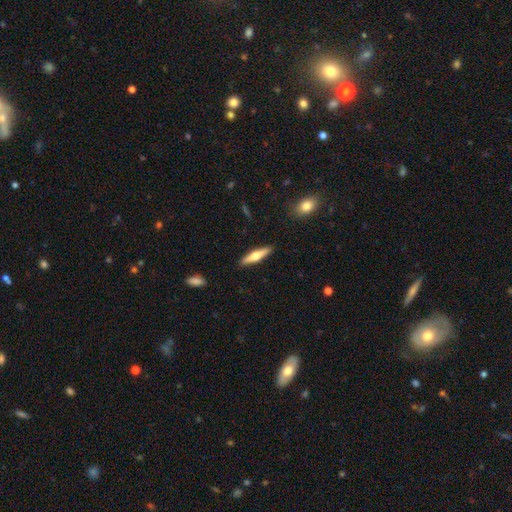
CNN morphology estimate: Smooth or featured? featured or disk (48%)
Merging? none (90%)